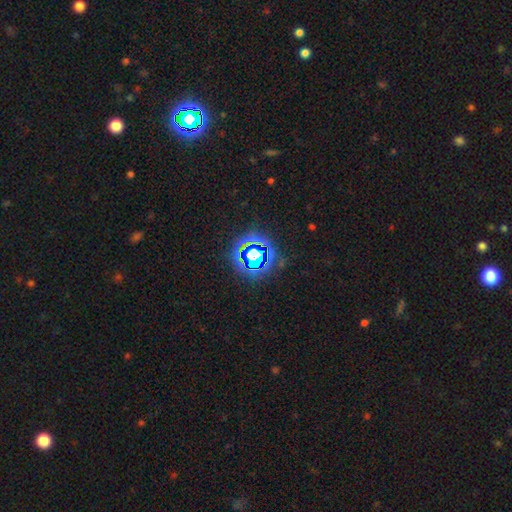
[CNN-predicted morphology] A star or artifact, not a galaxy (69%).